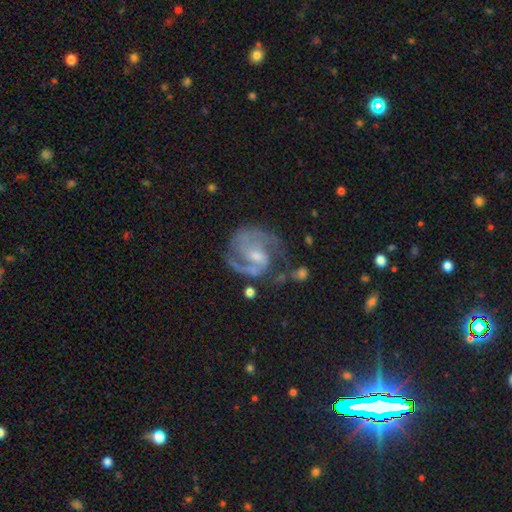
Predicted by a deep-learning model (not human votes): Morphology: type=featured or disk (88%); edge-on=no (98%); bar=weak (51%); spiral arms=yes (97%); winding=medium (56%); arm count=2 (79%); bulge=small (55%); merging=none (62%).